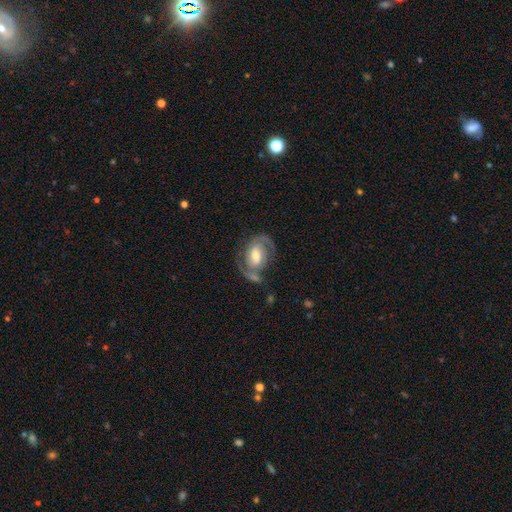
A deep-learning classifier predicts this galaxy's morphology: Smooth or featured?
  - featured or disk: 84% *
  - smooth: 11%
  - star or artifact: 5%
Edge-on disk?
  - no: 97% *
  - yes: 3%
Bar?
  - weak: 47% *
  - no: 34%
  - strong: 19%
Spiral arms?
  - yes: 95% *
  - no: 5%
Spiral winding?
  - medium: 51% *
  - tight: 34%
  - loose: 15%
Spiral arm count?
  - 2: 87% *
  - can't tell: 5%
  - 1: 4%
  - 3: 2%
  - 4: 1%
  - more than 4: 1%
Bulge size?
  - moderate: 53% *
  - large: 23%
  - small: 18%
  - none: 3%
  - dominant: 2%
Merging?
  - none: 63% *
  - minor disturbance: 18%
  - major disturbance: 11%
  - merger: 8%